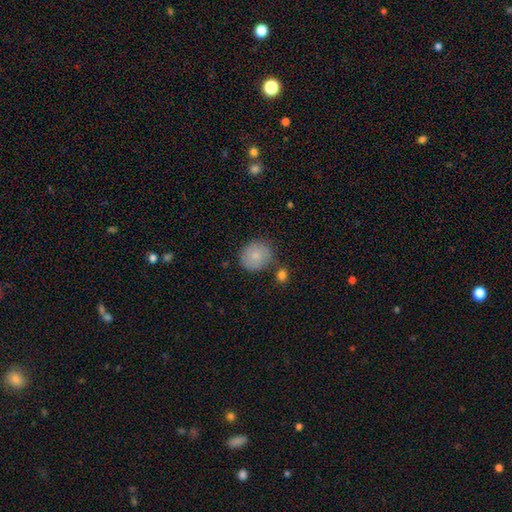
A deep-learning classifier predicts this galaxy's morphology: Smooth or featured: smooth — 84% (featured or disk — 9%)
How rounded: round — 79% (in between — 20%)
Merging: none — 73% (minor disturbance — 16%)